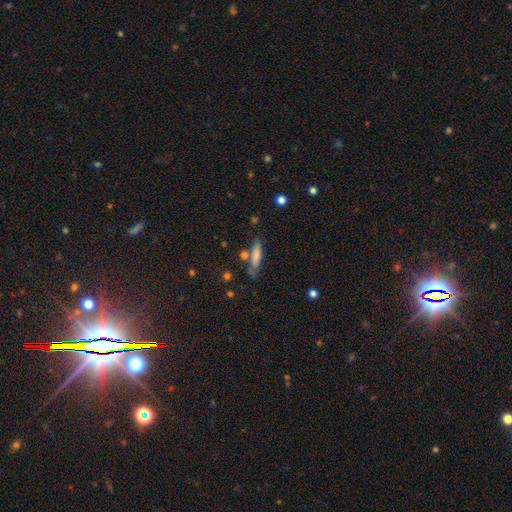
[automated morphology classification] A smooth galaxy with no disk features (76%) that is cigar-shaped (79%).

Vote fractions:
- Smooth or featured? smooth: 76% / featured or disk: 17% / star or artifact: 7%
- How rounded? cigar-shaped: 79% / in between: 19% / round: 2%
- Merging? none: 67% / minor disturbance: 18% / merger: 10% / major disturbance: 5%